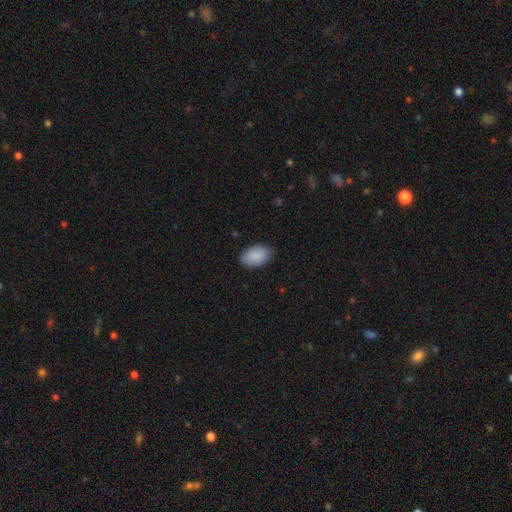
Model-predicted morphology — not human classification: Q: Smooth or featured?
A: smooth (90%); runner-up: star or artifact (6%)
Q: How rounded?
A: in between (93%); runner-up: round (6%)
Q: Merging?
A: none (85%); runner-up: minor disturbance (11%)